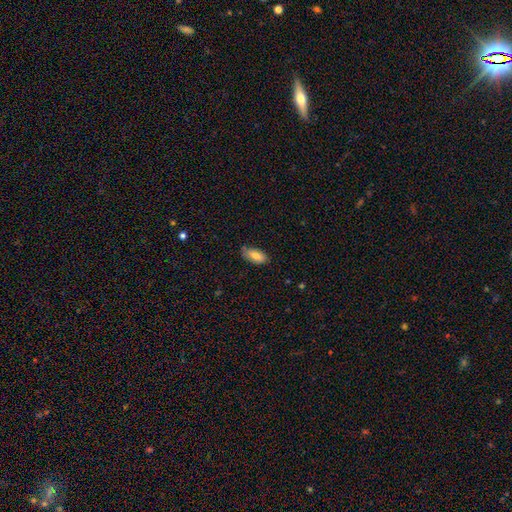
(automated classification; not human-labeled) Smooth or featured: smooth — 81% (featured or disk — 12%)
How rounded: in between — 88% (cigar-shaped — 10%)
Merging: none — 77% (minor disturbance — 19%)